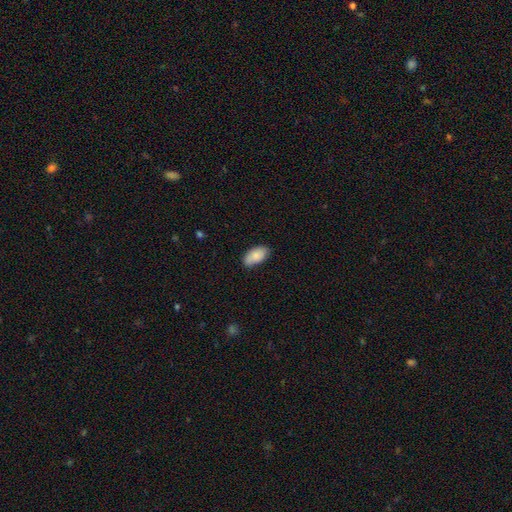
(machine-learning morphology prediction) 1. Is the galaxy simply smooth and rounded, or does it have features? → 85% smooth, 9% featured or disk, 6% star or artifact.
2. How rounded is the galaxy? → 94% in between, 3% cigar-shaped, 3% round.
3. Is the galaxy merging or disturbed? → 79% none, 17% minor disturbance, 3% major disturbance, 1% merger.